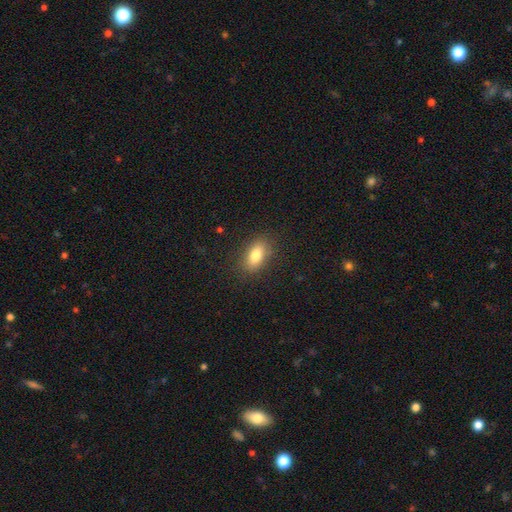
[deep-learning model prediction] The model was most divided on "smooth or featured": smooth: 82%, featured or disk: 10%, star or artifact: 8%. More confident: how rounded — in between (86%); merging — none (84%).